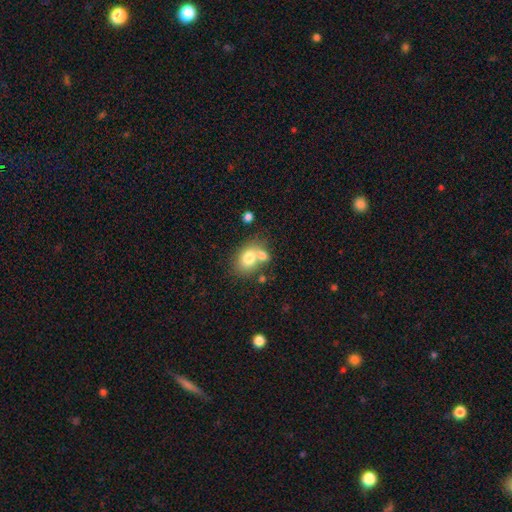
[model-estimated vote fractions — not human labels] The model was most divided on "merging": merger: 46%, none: 39%, minor disturbance: 11%, major disturbance: 5%. More confident: smooth or featured — smooth (74%); how rounded — in between (60%).